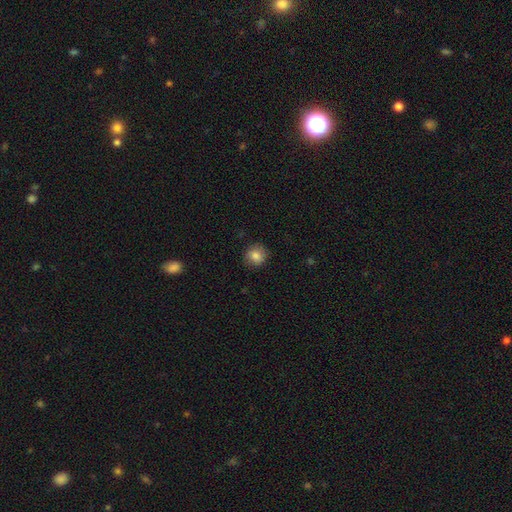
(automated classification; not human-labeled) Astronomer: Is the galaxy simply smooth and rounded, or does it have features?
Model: smooth — 83%.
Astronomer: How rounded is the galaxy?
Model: round — 88%.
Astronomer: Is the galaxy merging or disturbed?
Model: none — 86%.